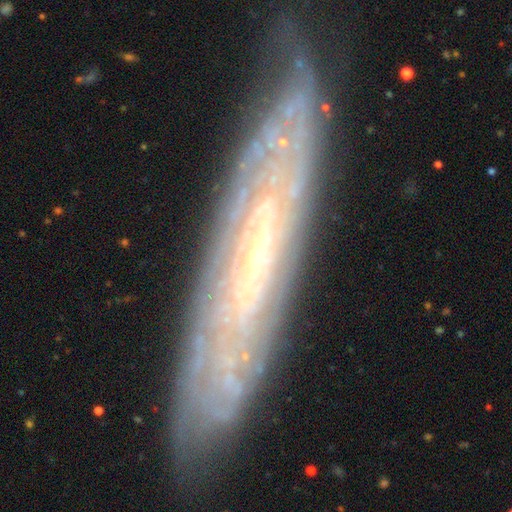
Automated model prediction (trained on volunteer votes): Smooth or featured: featured or disk — 78% (smooth — 14%)
Edge-on disk: no — 63% (yes — 37%)
Merging: none — 72% (minor disturbance — 19%)